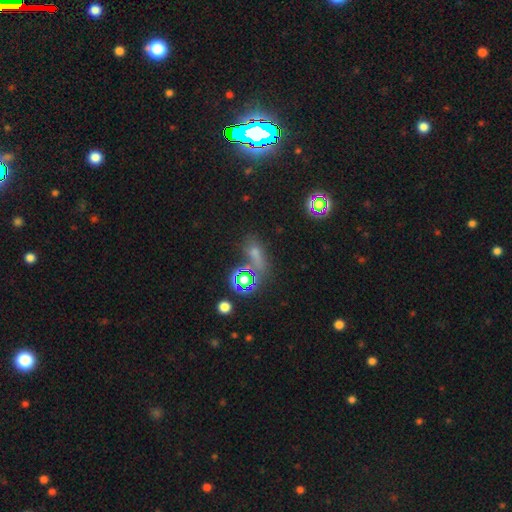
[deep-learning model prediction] Smooth or featured: smooth — 52% (star or artifact — 38%)
How rounded: in between — 49% (round — 36%)
Merging: none — 56% (minor disturbance — 16%)